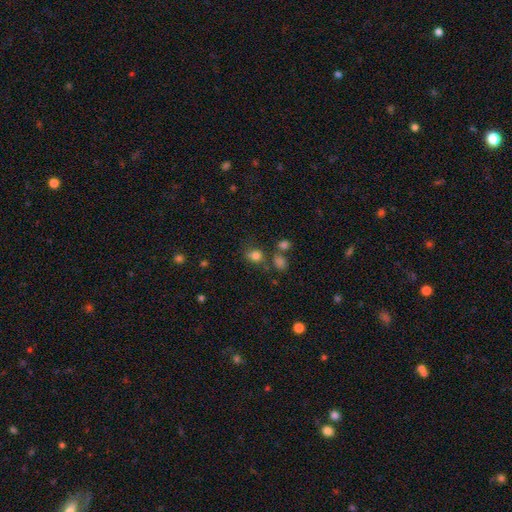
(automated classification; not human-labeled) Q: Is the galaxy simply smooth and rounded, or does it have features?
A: smooth — 78%.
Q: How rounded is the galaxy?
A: round — 64%.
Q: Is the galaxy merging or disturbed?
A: none — 62%.